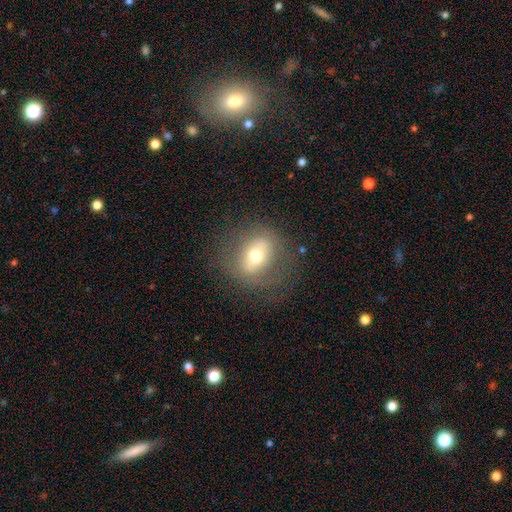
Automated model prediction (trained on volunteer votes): smooth-or-featured: smooth: 49% | featured or disk: 41% | star or artifact: 10%
  merging: none: 76% | minor disturbance: 14% | major disturbance: 9% | merger: 1%